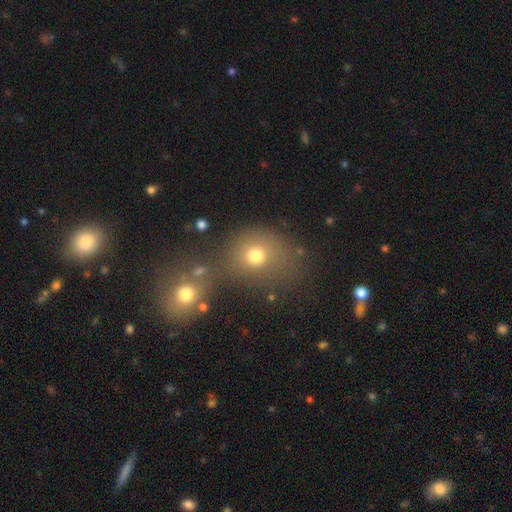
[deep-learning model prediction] Smooth or featured? smooth (70%)
How rounded? round (65%)
Merging? none (46%)